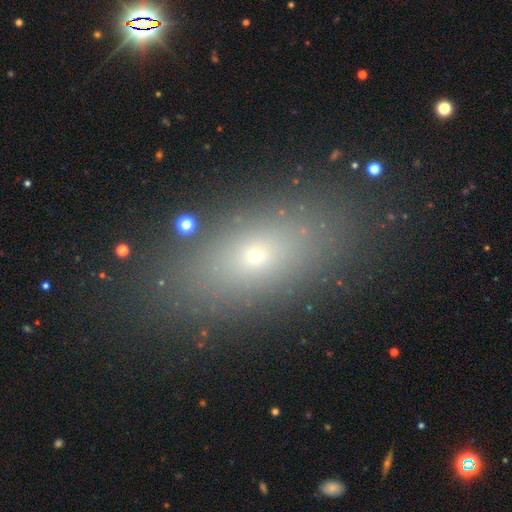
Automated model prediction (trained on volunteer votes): Smooth or featured? Predicted: smooth (p=0.63). How rounded? Predicted: in between (p=0.75). Merging? Predicted: none (p=0.86).